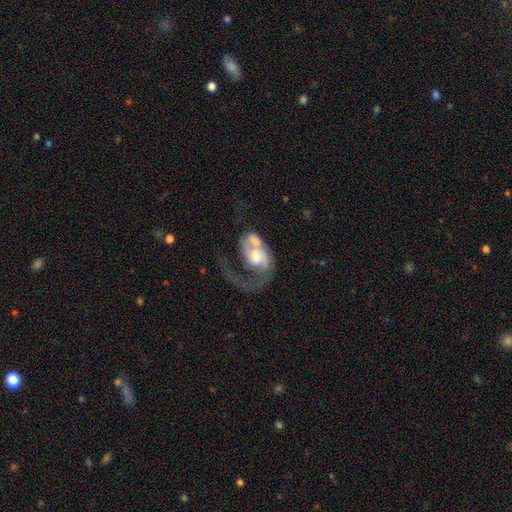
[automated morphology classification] Smooth or featured?
  - featured or disk: 70% *
  - smooth: 24%
  - star or artifact: 6%
Edge-on disk?
  - no: 96% *
  - yes: 4%
Bar?
  - no: 64% *
  - weak: 29%
  - strong: 7%
Spiral arms?
  - yes: 85% *
  - no: 15%
Spiral winding?
  - loose: 49% *
  - medium: 33%
  - tight: 18%
Spiral arm count?
  - 1: 67% *
  - 2: 22%
  - can't tell: 8%
  - 3: 2%
  - 4: 1%
  - more than 4: 1%
Bulge size?
  - moderate: 57% *
  - large: 21%
  - small: 16%
  - none: 4%
  - dominant: 3%
Merging?
  - merger: 40% *
  - major disturbance: 34%
  - none: 18%
  - minor disturbance: 9%